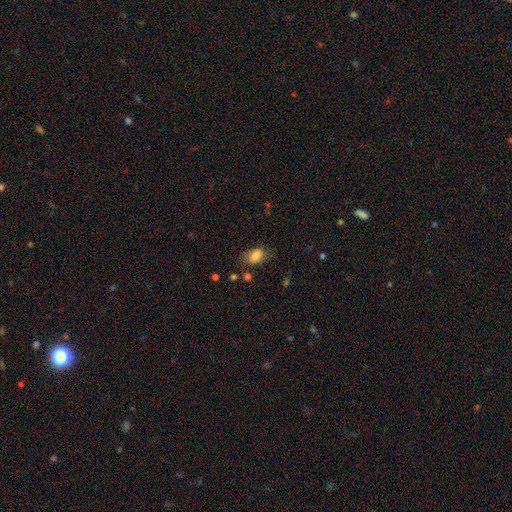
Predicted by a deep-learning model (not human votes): Overall: smooth (80%). How rounded: in between (86%). Merging: none (67%).